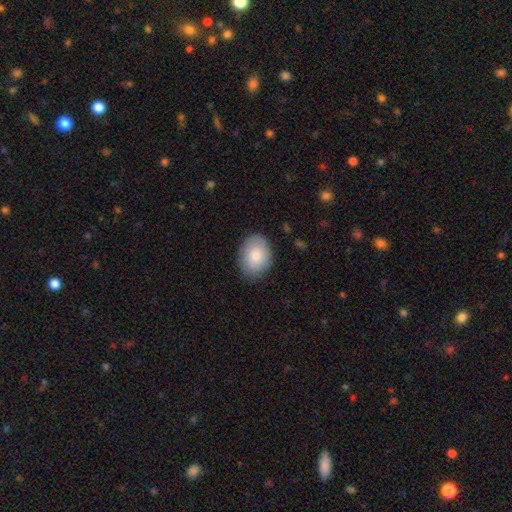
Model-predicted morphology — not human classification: The model was most divided on "how rounded": in between: 68%, round: 31%, cigar-shaped: 1%. More confident: merging — none (83%); smooth or featured — smooth (83%).